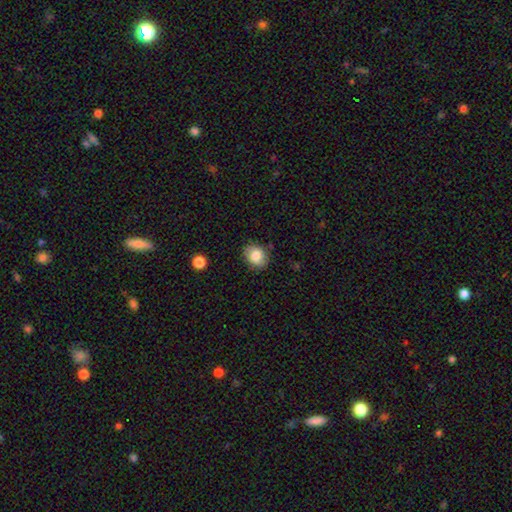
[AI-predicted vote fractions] Smooth or featured? Predicted: smooth (p=0.80). How rounded? Predicted: round (p=0.50). Merging? Predicted: none (p=0.81).